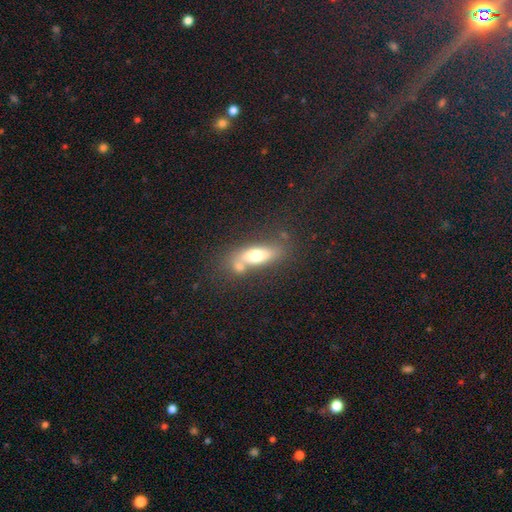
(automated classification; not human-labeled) A smooth galaxy with no disk features (64%) that is in between round and cigar-shaped (64%). Merging: none (48%).